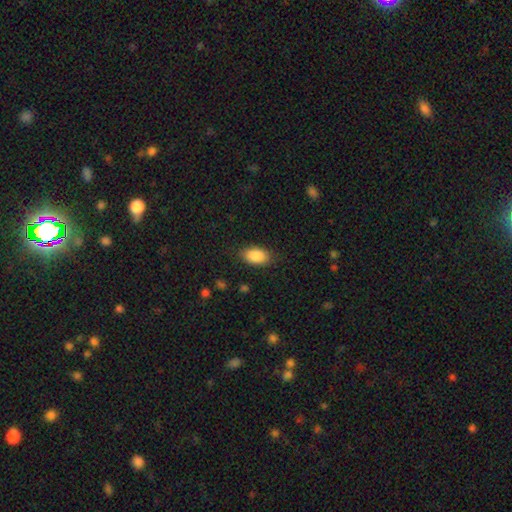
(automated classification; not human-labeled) Q: Smooth or featured?
A: smooth (88%); runner-up: star or artifact (7%)
Q: How rounded?
A: in between (92%); runner-up: round (6%)
Q: Merging?
A: none (83%); runner-up: minor disturbance (12%)